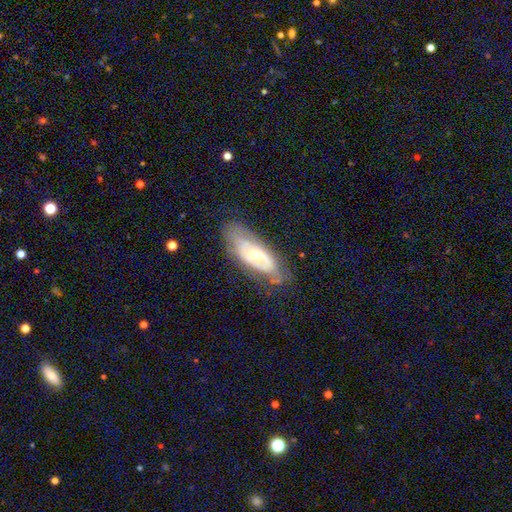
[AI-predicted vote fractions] featured or disk 63%, smooth 31%, star or artifact 7%. Down the decision tree: edge-on disk — no (83%); bar — no (77%); spiral arms — yes (53%); bulge size — moderate (51%); merging — none (66%).